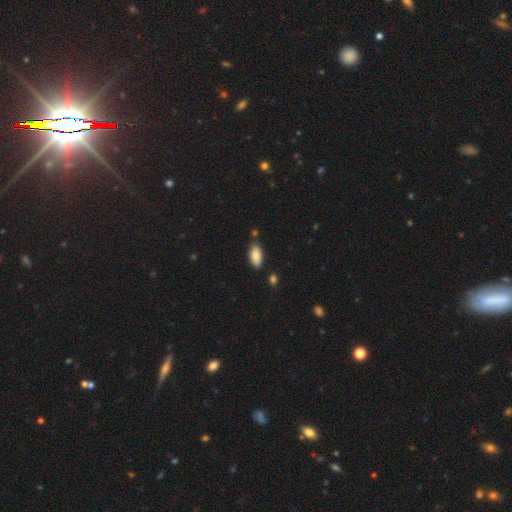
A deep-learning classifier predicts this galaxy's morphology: Smooth or featured? Predicted: smooth (p=0.87). How rounded? Predicted: in between (p=0.90). Merging? Predicted: none (p=0.80).